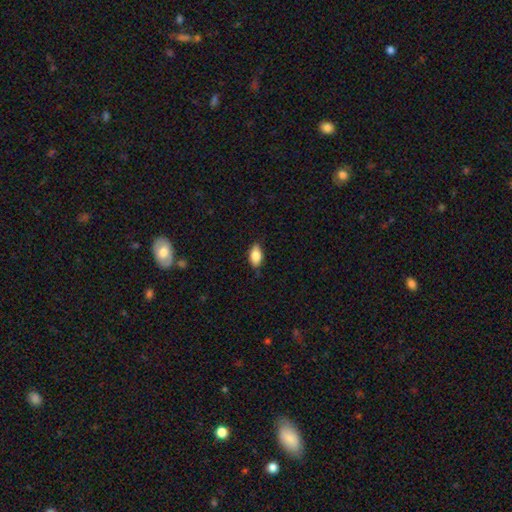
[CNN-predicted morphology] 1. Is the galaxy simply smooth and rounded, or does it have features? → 84% smooth, 9% featured or disk, 7% star or artifact.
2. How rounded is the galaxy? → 91% in between, 5% round, 4% cigar-shaped.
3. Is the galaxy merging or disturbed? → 81% none, 15% minor disturbance, 2% major disturbance, 1% merger.